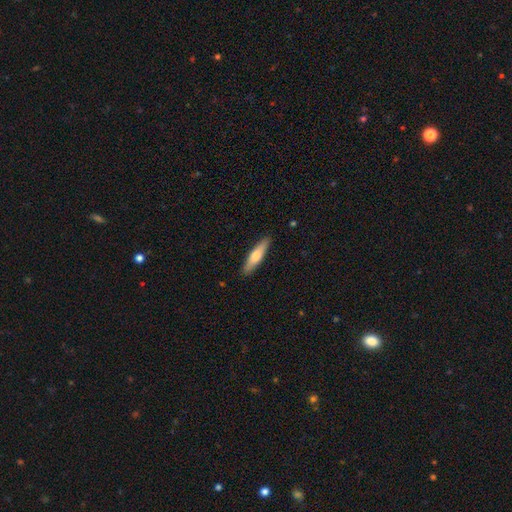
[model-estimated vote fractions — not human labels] Q: Smooth or featured?
A: smooth (62%); runner-up: featured or disk (32%)
Q: How rounded?
A: cigar-shaped (78%); runner-up: in between (20%)
Q: Merging?
A: none (90%); runner-up: minor disturbance (7%)